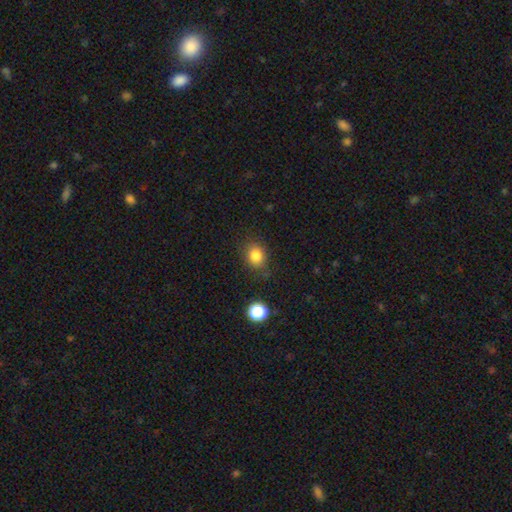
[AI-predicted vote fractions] Q: Smooth or featured?
A: smooth (84%); runner-up: star or artifact (11%)
Q: How rounded?
A: round (58%); runner-up: in between (41%)
Q: Merging?
A: none (78%); runner-up: minor disturbance (15%)